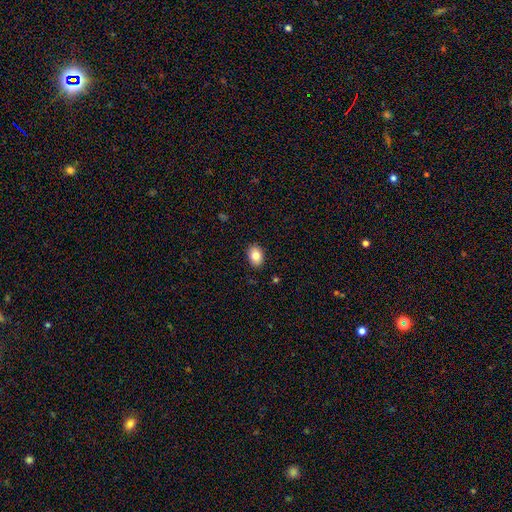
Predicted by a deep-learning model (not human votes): A smooth galaxy with no disk features (84%) that is in between round and cigar-shaped (78%).

Vote fractions:
- Smooth or featured? smooth: 84% / star or artifact: 8% / featured or disk: 8%
- How rounded? in between: 78% / round: 21% / cigar-shaped: 1%
- Merging? none: 89% / minor disturbance: 8% / major disturbance: 2% / merger: 1%